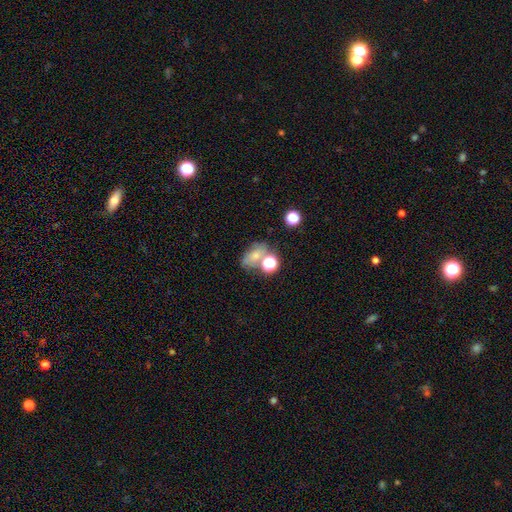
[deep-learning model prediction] Smooth or featured? smooth (57%)
How rounded? in between (68%)
Merging? none (44%)